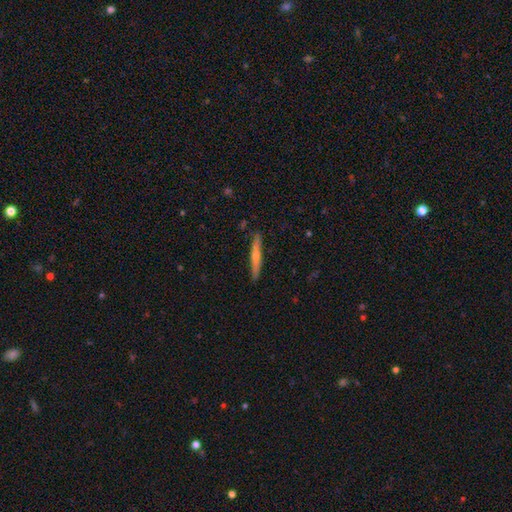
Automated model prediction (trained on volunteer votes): The model was most divided on "smooth or featured": featured or disk: 58%, smooth: 36%, star or artifact: 6%. More confident: edge-on disk — yes (96%); merging — none (90%); edge-on bulge — rounded (78%).